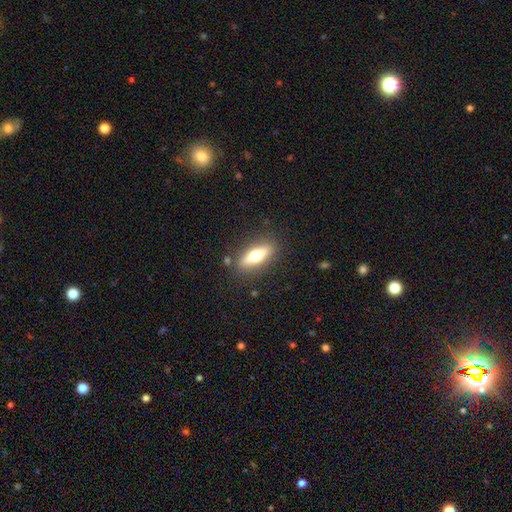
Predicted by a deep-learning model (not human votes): smooth-or-featured: smooth: 53% | featured or disk: 41% | star or artifact: 7%
  how-rounded: in between: 50% | cigar-shaped: 46% | round: 3%
  merging: none: 85% | minor disturbance: 10% | major disturbance: 3% | merger: 2%